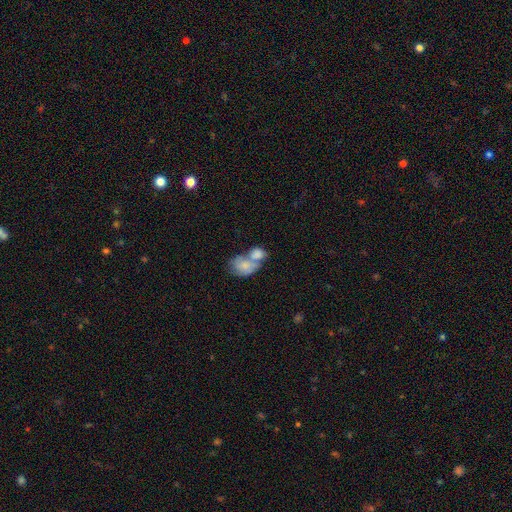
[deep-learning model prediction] The model was most divided on "how rounded": in between: 71%, round: 28%, cigar-shaped: 2%. More confident: smooth or featured — smooth (71%); merging — merger (71%).